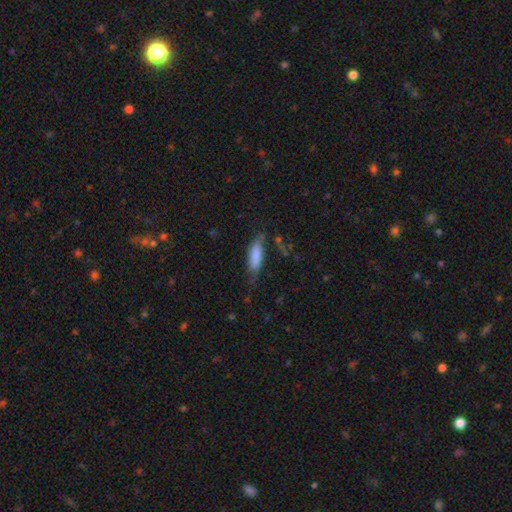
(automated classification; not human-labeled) Overall: smooth (80%). How rounded: in between (58%; cigar-shaped 40%). Merging: none (56%; minor disturbance 29%).